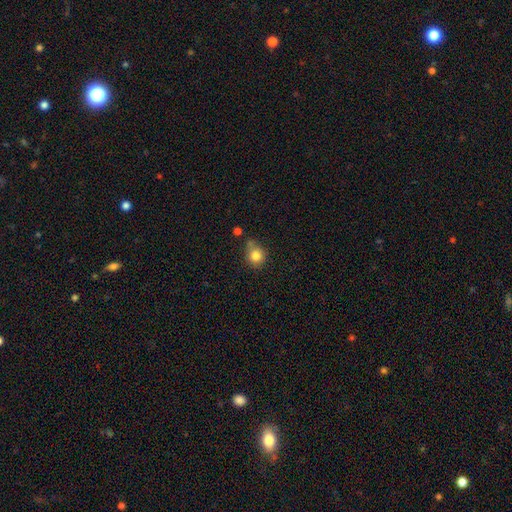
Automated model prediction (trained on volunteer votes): The model was most divided on "merging": none: 61%, minor disturbance: 21%, merger: 13%, major disturbance: 5%. More confident: how rounded — round (84%); smooth or featured — smooth (82%).